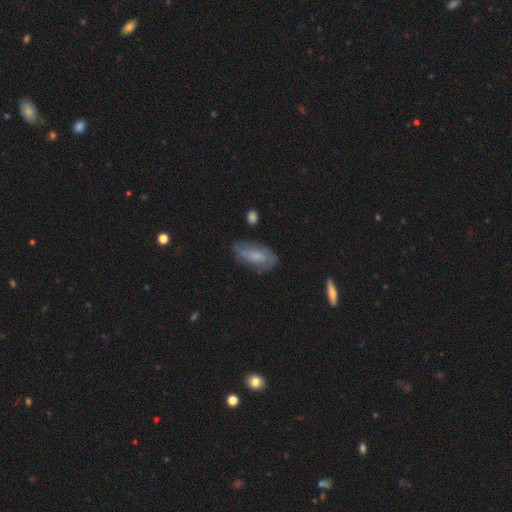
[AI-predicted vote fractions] This appears to be a featured or disk galaxy (47%). Merging: none (61%).